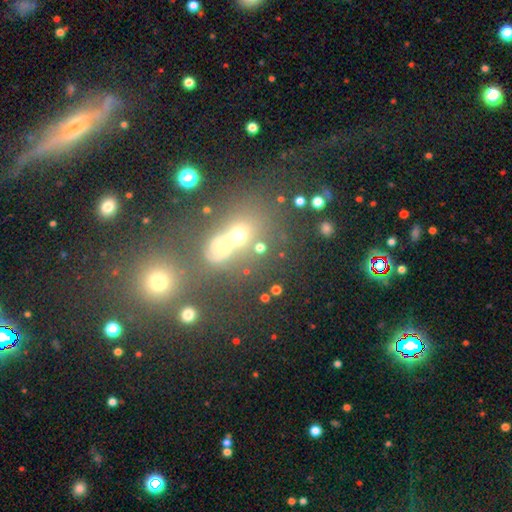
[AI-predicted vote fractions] Q: Smooth or featured?
A: smooth (42%); runner-up: star or artifact (38%)
Q: Merging?
A: merger (48%); runner-up: none (33%)